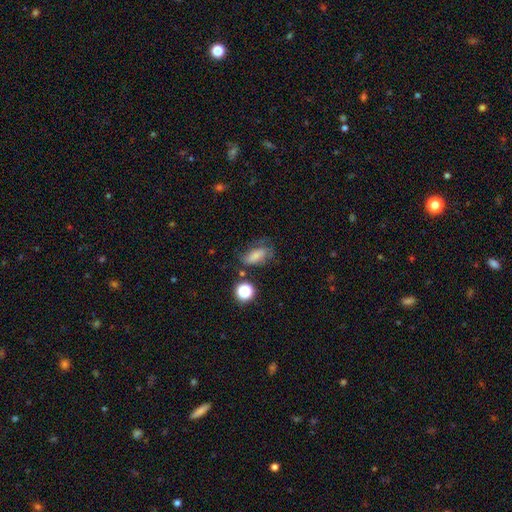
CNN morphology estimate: type=smooth (64%); roundness=in between (80%); merging=none (49%).